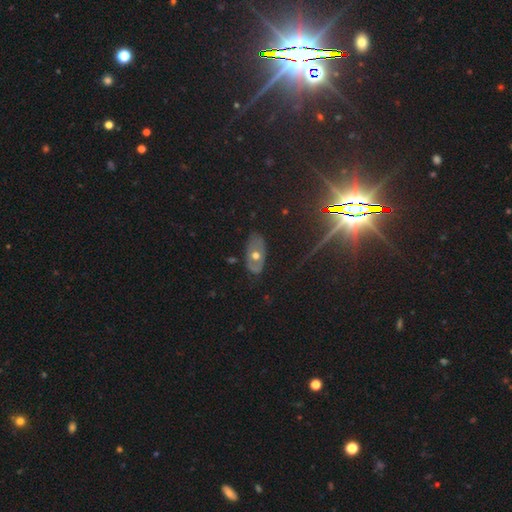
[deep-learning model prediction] Overall: featured or disk (49%; smooth 36%). Merging: none (75%).